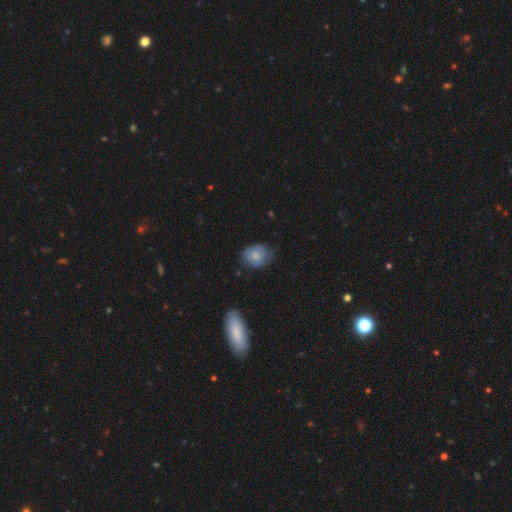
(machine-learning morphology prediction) Smooth or featured? Predicted: smooth (p=0.68). How rounded? Predicted: round (p=0.52). Merging? Predicted: none (p=0.54).